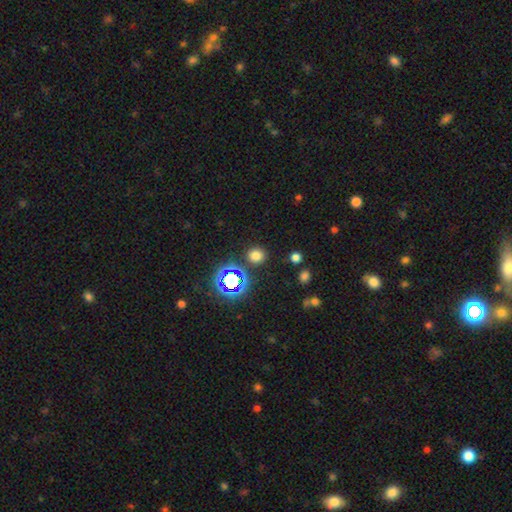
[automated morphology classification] Smooth or featured? Predicted: smooth (p=0.71). How rounded? Predicted: round (p=0.86). Merging? Predicted: none (p=0.87).